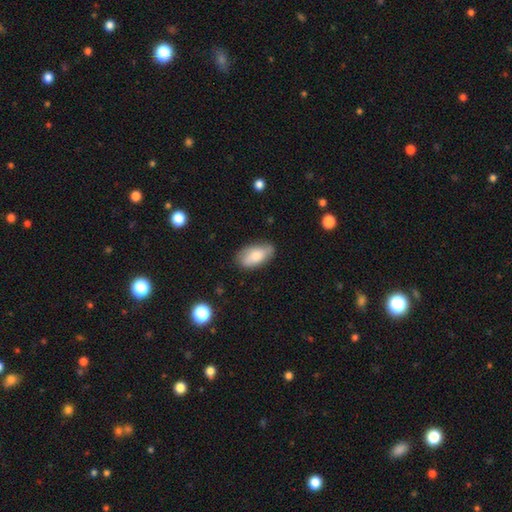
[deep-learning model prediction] Smooth or featured? smooth (73%)
How rounded? in between (91%)
Merging? none (70%)